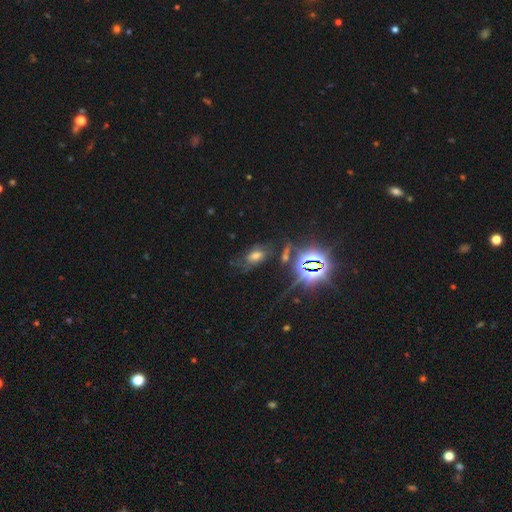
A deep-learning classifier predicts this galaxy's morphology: Smooth or featured?
  - star or artifact: 42% *
  - smooth: 38%
  - featured or disk: 20%